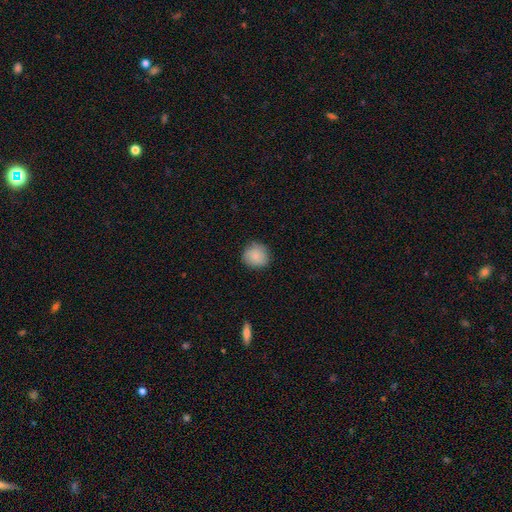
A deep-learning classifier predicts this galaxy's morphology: Smooth or featured: smooth — 86% (star or artifact — 7%)
How rounded: round — 88% (in between — 11%)
Merging: none — 83% (minor disturbance — 13%)